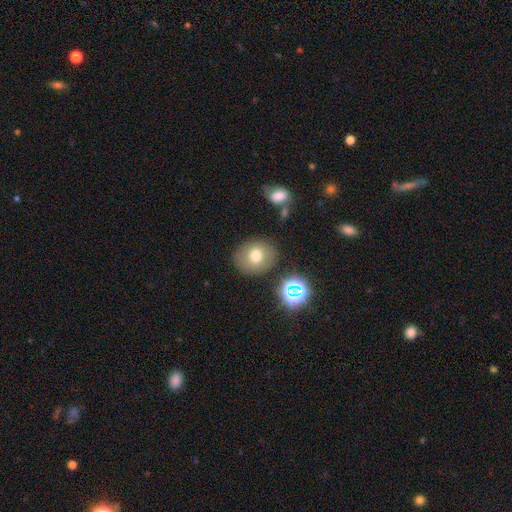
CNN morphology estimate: smooth 72%, featured or disk 15%, star or artifact 13%. Down the decision tree: how rounded — round (68%); merging — none (82%).